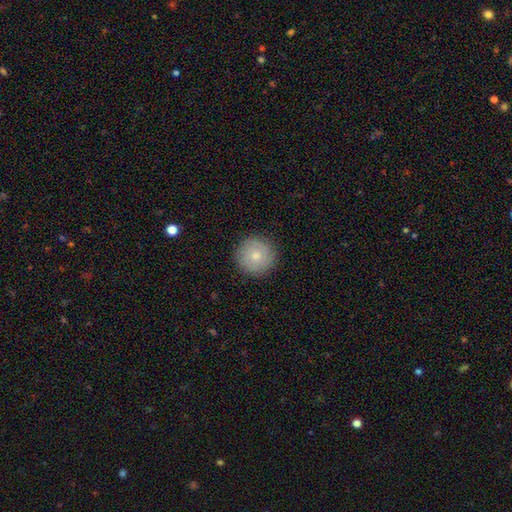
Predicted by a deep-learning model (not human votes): Smooth or featured? smooth (64%)
How rounded? round (96%)
Merging? none (89%)